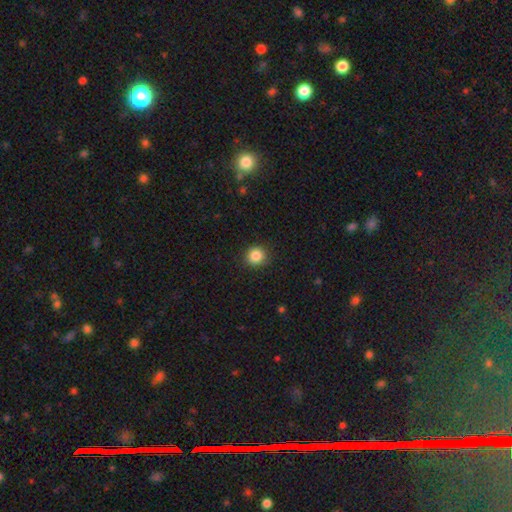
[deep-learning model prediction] A smooth galaxy with no disk features (86%) that is round (90%).

Vote fractions:
- Smooth or featured? smooth: 86% / star or artifact: 10% / featured or disk: 4%
- How rounded? round: 90% / in between: 9% / cigar-shaped: 1%
- Merging? none: 89% / minor disturbance: 8% / major disturbance: 2% / merger: 1%